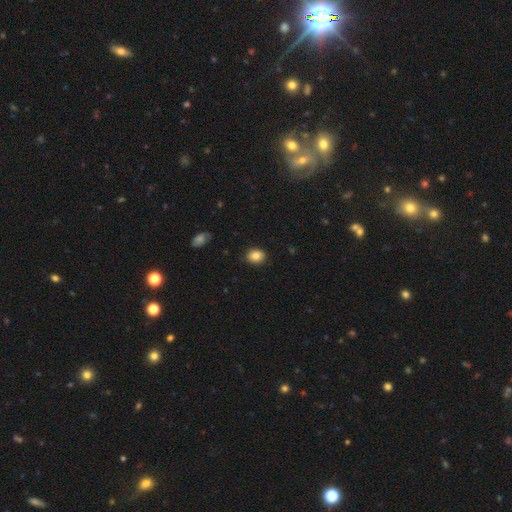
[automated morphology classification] smooth_or_featured: smooth (p=0.85) [alt: star or artifact p=0.09]
how_rounded: round (p=0.60) [alt: in between p=0.40]
merging: none (p=0.88) [alt: minor disturbance p=0.09]